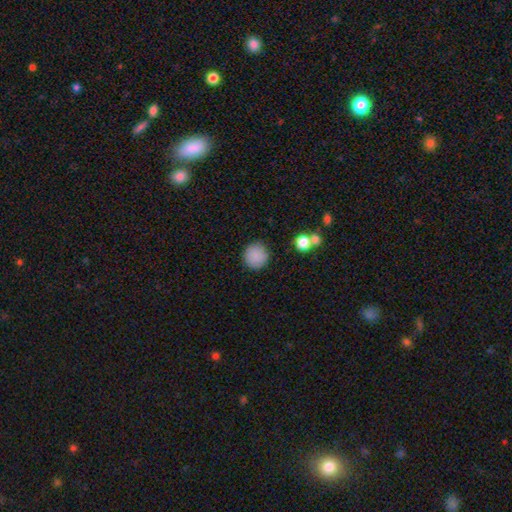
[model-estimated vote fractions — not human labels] This appears to be a smooth galaxy with no disk features (87%) that is round (93%). Merging: none (86%).